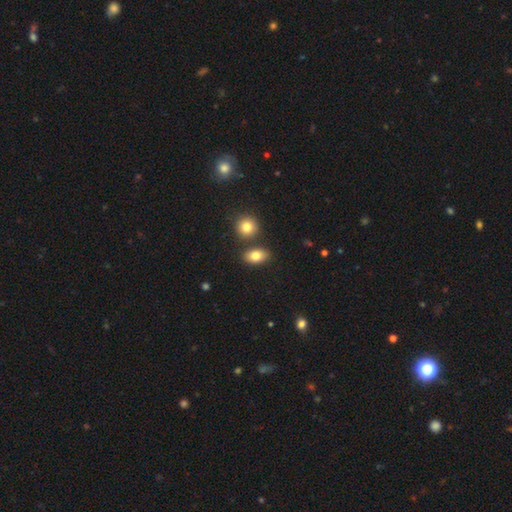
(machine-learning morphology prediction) Smooth or featured: smooth — 82% (featured or disk — 9%)
How rounded: in between — 82% (round — 15%)
Merging: none — 76% (merger — 12%)